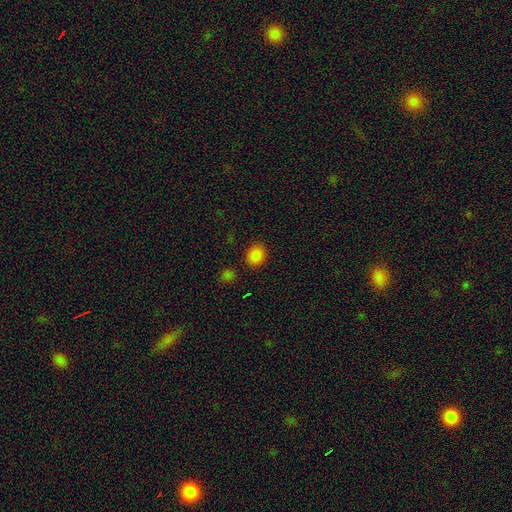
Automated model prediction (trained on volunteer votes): A smooth galaxy with no disk features (85%) that is round (62%).

Vote fractions:
- Smooth or featured? smooth: 85% / star or artifact: 12% / featured or disk: 4%
- How rounded? round: 62% / in between: 37% / cigar-shaped: 1%
- Merging? none: 86% / minor disturbance: 8% / merger: 3% / major disturbance: 3%